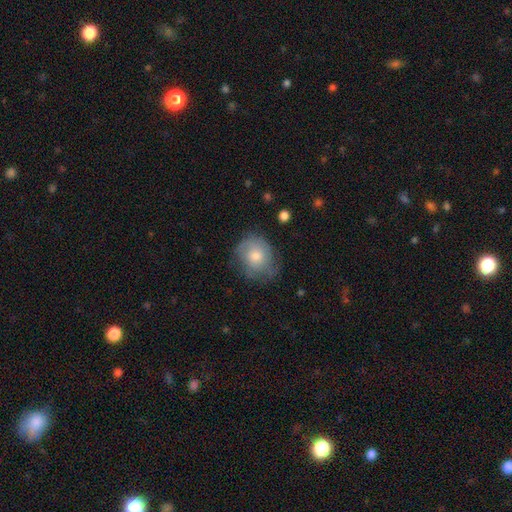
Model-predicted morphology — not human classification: Smooth or featured?
  - smooth: 59% *
  - featured or disk: 33%
  - star or artifact: 8%
How rounded?
  - round: 68% *
  - in between: 31%
  - cigar-shaped: 1%
Merging?
  - none: 65% *
  - minor disturbance: 25%
  - major disturbance: 9%
  - merger: 1%